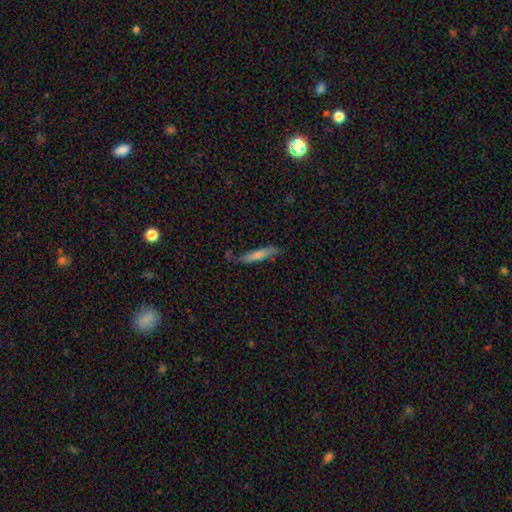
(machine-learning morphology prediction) The model was most divided on "smooth or featured": smooth: 66%, featured or disk: 27%, star or artifact: 7%. More confident: how rounded — cigar-shaped (89%); merging — none (72%).